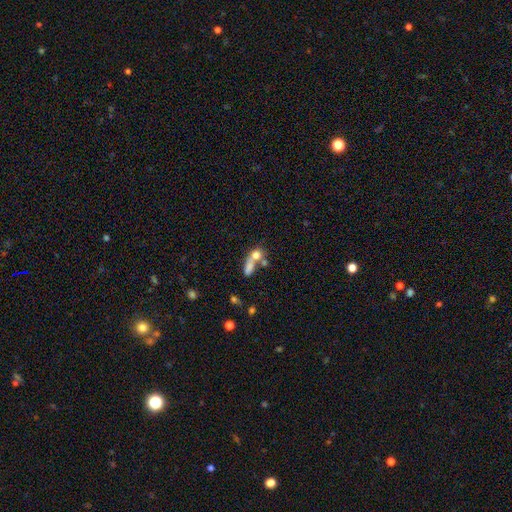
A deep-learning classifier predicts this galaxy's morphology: This is likely a smooth galaxy (67%). How rounded: possibly round (52%). Merging: likely merger (60%).